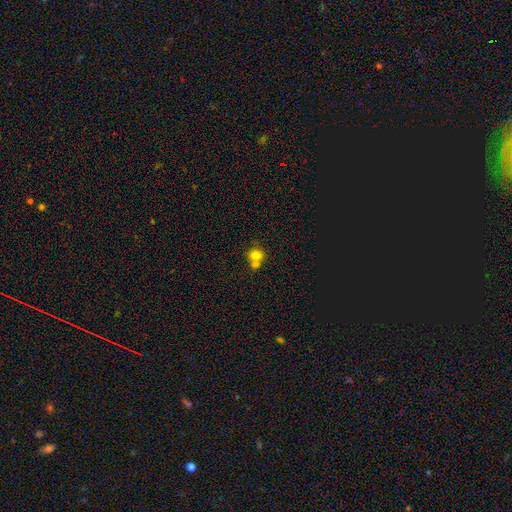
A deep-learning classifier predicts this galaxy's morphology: type=smooth (76%); roundness=round (72%); merging=merger (50%).